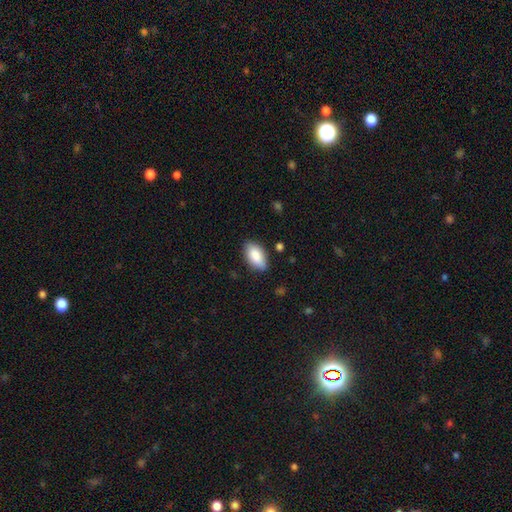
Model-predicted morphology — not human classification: This appears to be a smooth galaxy with no disk features (86%) that is in between round and cigar-shaped (92%). Merging: none (83%).